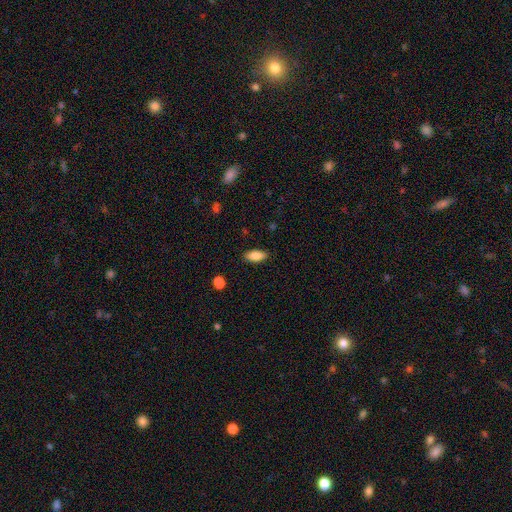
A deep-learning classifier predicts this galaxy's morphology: A smooth galaxy with no disk features (85%) that is in between round and cigar-shaped (86%).

Vote fractions:
- Smooth or featured? smooth: 85% / featured or disk: 7% / star or artifact: 7%
- How rounded? in between: 86% / cigar-shaped: 11% / round: 2%
- Merging? none: 87% / minor disturbance: 10% / major disturbance: 2% / merger: 1%